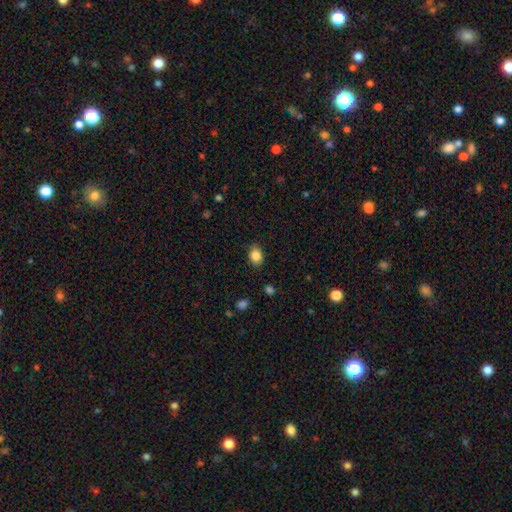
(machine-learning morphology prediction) type=smooth (85%); roundness=in between (65%); merging=none (84%).